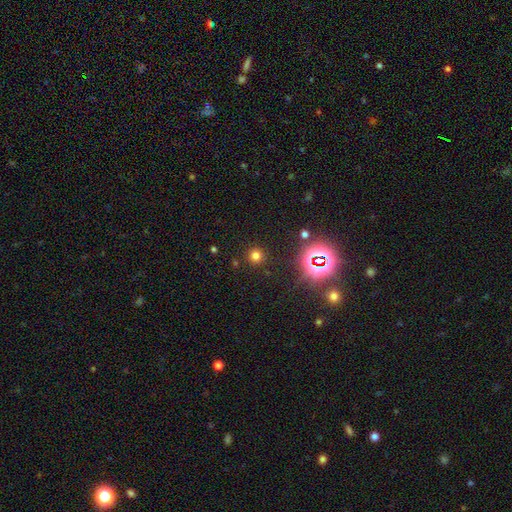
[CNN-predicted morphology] Overall: smooth (70%). How rounded: round (94%). Merging: none (90%).